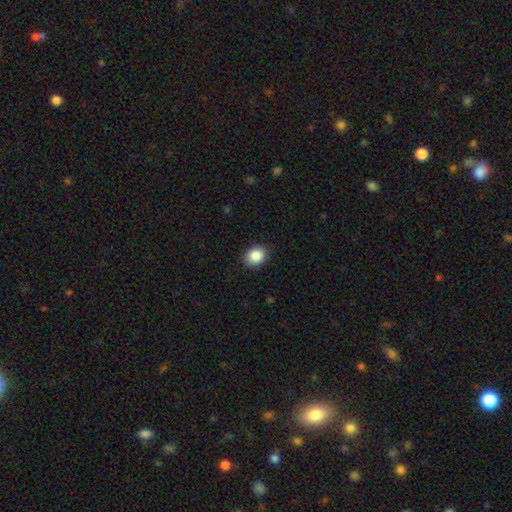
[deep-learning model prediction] Smooth or featured? Predicted: smooth (p=0.88). How rounded? Predicted: round (p=0.51). Merging? Predicted: none (p=0.88).